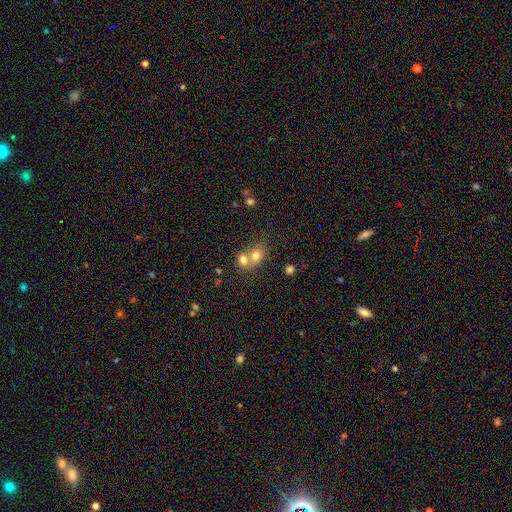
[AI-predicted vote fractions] This is likely a smooth galaxy (74%). How rounded: possibly round (51%). Merging: likely merger (65%).